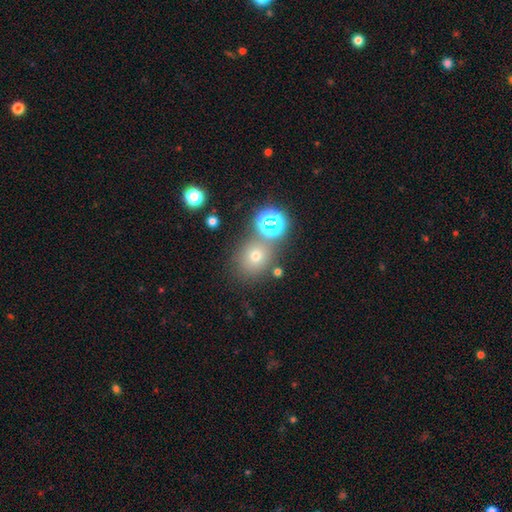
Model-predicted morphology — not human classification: type=smooth (62%); roundness=round (79%); merging=none (70%).